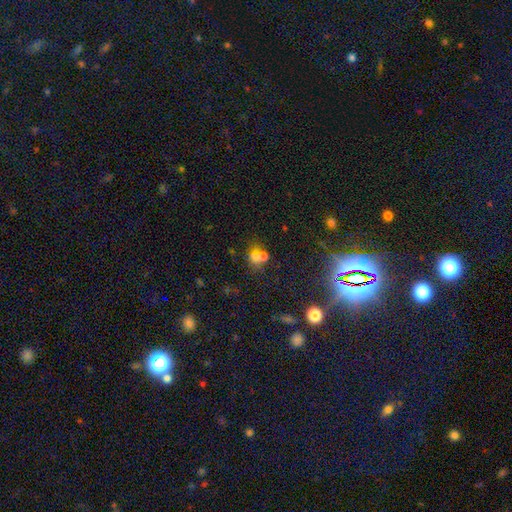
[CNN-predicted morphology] Smooth or featured?
  - smooth: 59% *
  - star or artifact: 22%
  - featured or disk: 18%
How rounded?
  - round: 65% *
  - in between: 34%
  - cigar-shaped: 2%
Merging?
  - merger: 47% *
  - none: 40%
  - minor disturbance: 9%
  - major disturbance: 5%